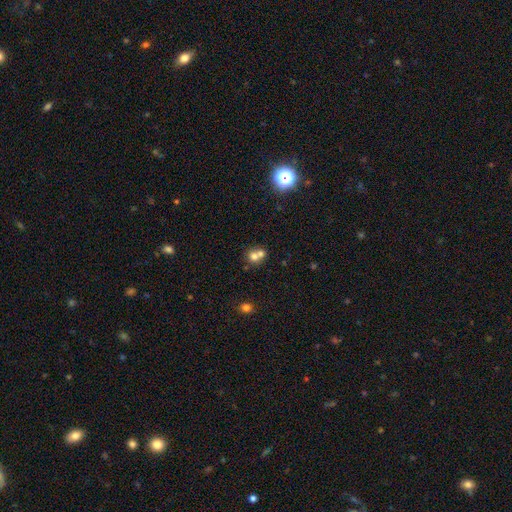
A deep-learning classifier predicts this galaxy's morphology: A smooth galaxy with no disk features (68%) that is round (79%). Merging: merger (58%).